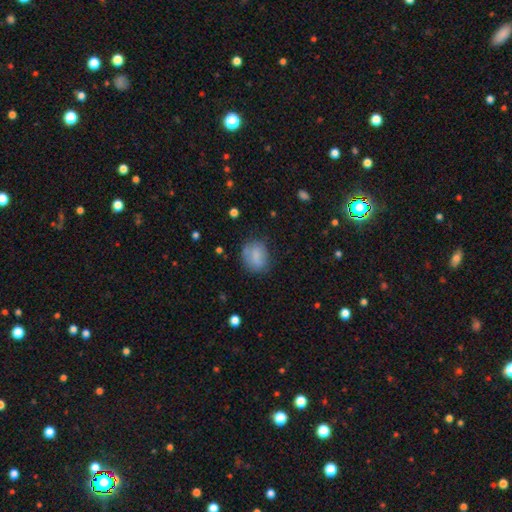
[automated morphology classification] Q: Smooth or featured?
A: smooth (77%); runner-up: featured or disk (14%)
Q: How rounded?
A: round (53%); runner-up: in between (46%)
Q: Merging?
A: none (68%); runner-up: minor disturbance (22%)